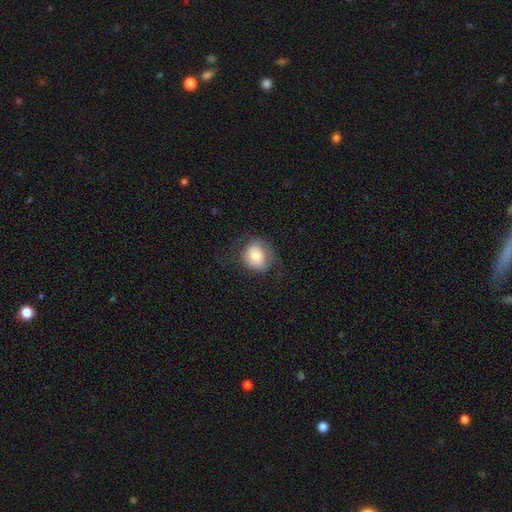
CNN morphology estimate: The model was most divided on "merging": none: 60%, minor disturbance: 23%, major disturbance: 16%, merger: 1%. More confident: smooth or featured — smooth (74%); how rounded — round (69%).